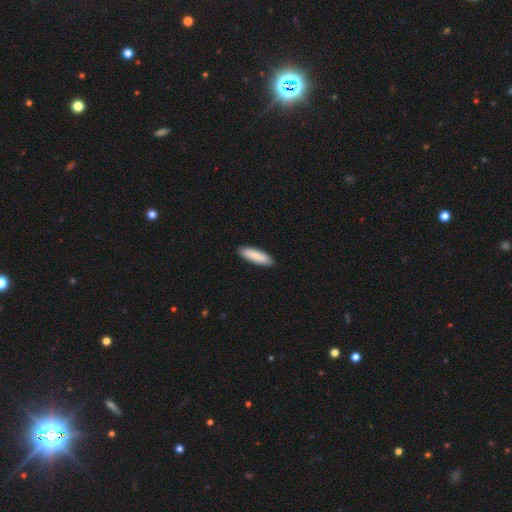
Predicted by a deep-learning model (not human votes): smooth 89%, featured or disk 5%, star or artifact 5%. Down the decision tree: how rounded — cigar-shaped (60%); merging — none (90%).